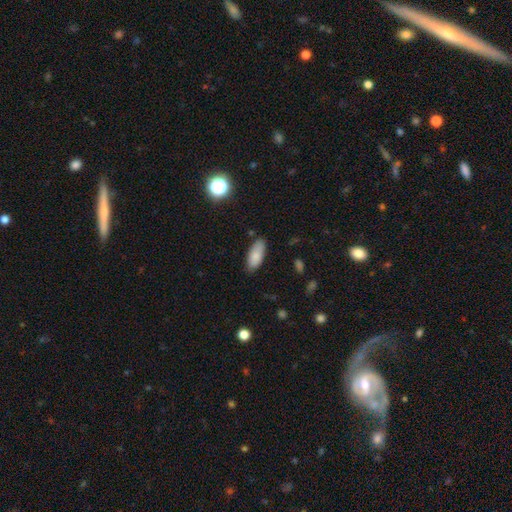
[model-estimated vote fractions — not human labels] This is clearly a smooth galaxy (85%). How rounded: clearly in between (83%). Merging: clearly none (81%).